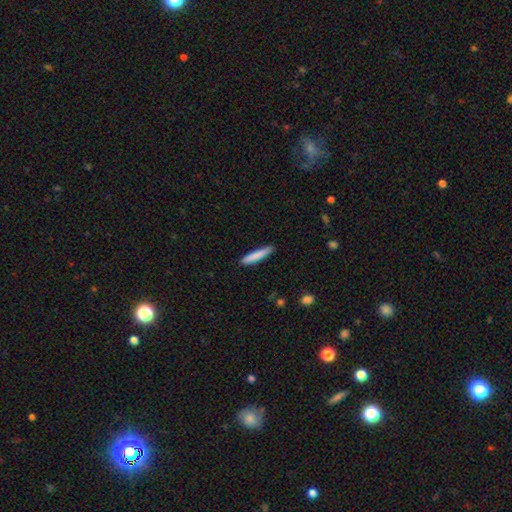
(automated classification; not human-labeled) Overall: smooth (82%). How rounded: cigar-shaped (92%). Merging: none (87%).